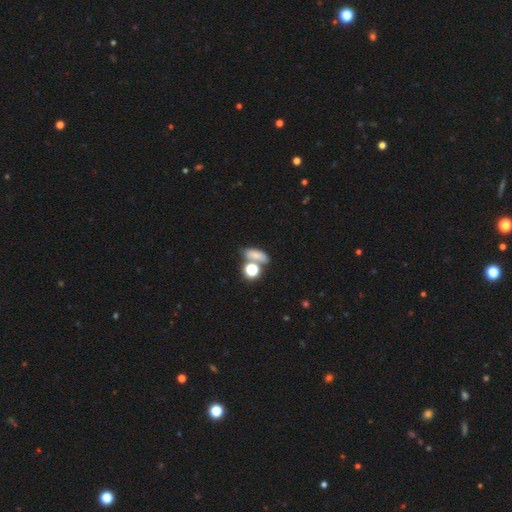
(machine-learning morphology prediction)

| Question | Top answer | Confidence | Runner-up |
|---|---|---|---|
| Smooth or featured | smooth | 72% | star or artifact (16%) |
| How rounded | in between | 65% | round (24%) |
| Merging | none | 49% | merger (31%) |